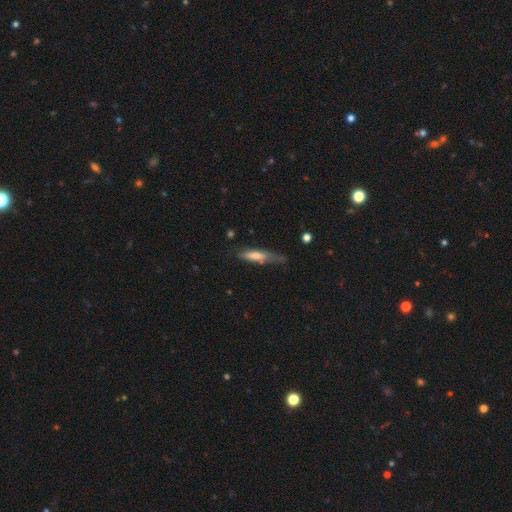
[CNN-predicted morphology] The model was most divided on "merging": none: 53%, minor disturbance: 32%, major disturbance: 12%, merger: 4%. More confident: how rounded — cigar-shaped (77%); smooth or featured — smooth (60%).